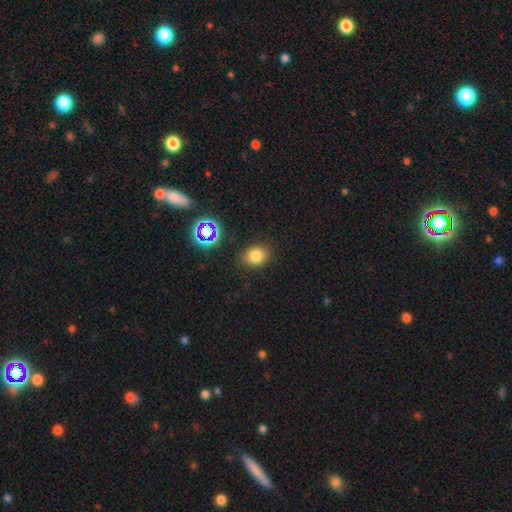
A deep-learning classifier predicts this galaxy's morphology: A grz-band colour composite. It shows a smooth galaxy with no disk features (77%) that is round (56%). Merging: none (83%).